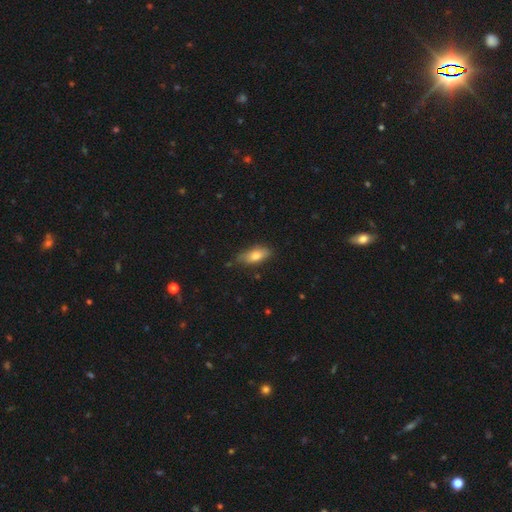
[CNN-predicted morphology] Smooth or featured? Predicted: smooth (p=0.75). How rounded? Predicted: in between (p=0.78). Merging? Predicted: none (p=0.73).